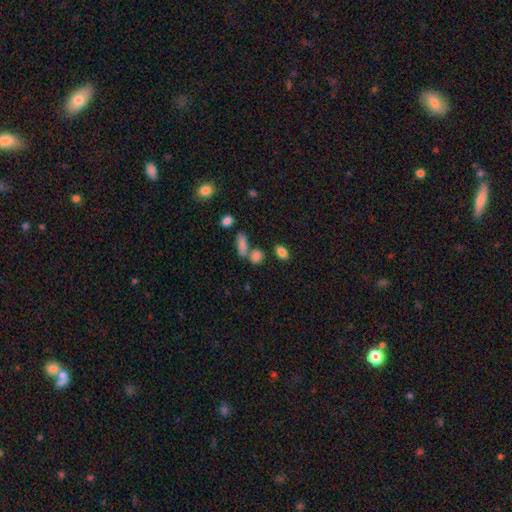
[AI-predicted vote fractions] A smooth galaxy with no disk features (83%) that is in between round and cigar-shaped (66%).

Vote fractions:
- Smooth or featured? smooth: 83% / star or artifact: 10% / featured or disk: 7%
- How rounded? in between: 66% / round: 24% / cigar-shaped: 9%
- Merging? none: 58% / merger: 26% / minor disturbance: 11% / major disturbance: 5%